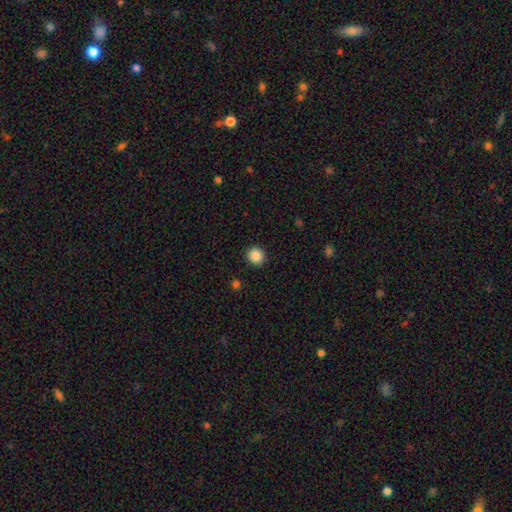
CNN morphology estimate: Smooth or featured: smooth — 87% (star or artifact — 10%)
How rounded: round — 93% (in between — 7%)
Merging: none — 93% (minor disturbance — 5%)